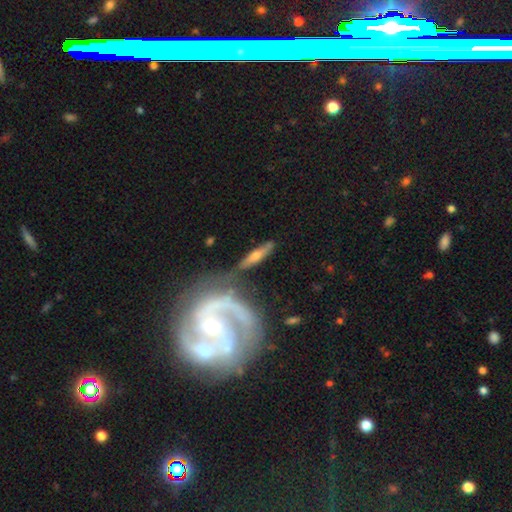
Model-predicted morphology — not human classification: smooth_or_featured: featured or disk (p=0.65) [alt: smooth p=0.29]
disk_edge_on: yes (p=0.58) [alt: no p=0.42]
merging: none (p=0.57) [alt: minor disturbance p=0.18]